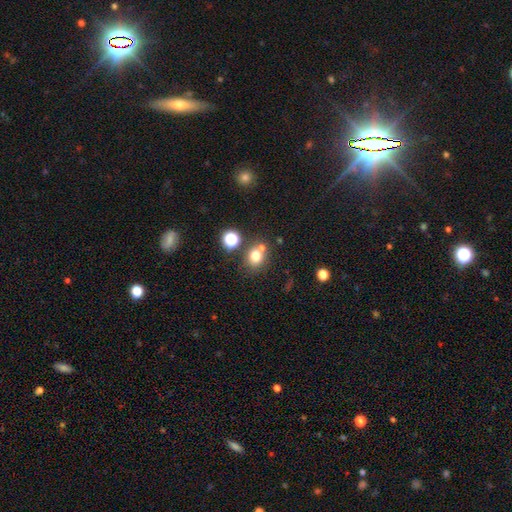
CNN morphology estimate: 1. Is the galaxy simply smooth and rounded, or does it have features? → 74% smooth, 17% star or artifact, 10% featured or disk.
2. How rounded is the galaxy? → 71% round, 28% in between, 1% cigar-shaped.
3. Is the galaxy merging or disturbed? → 64% none, 22% merger, 10% minor disturbance, 4% major disturbance.